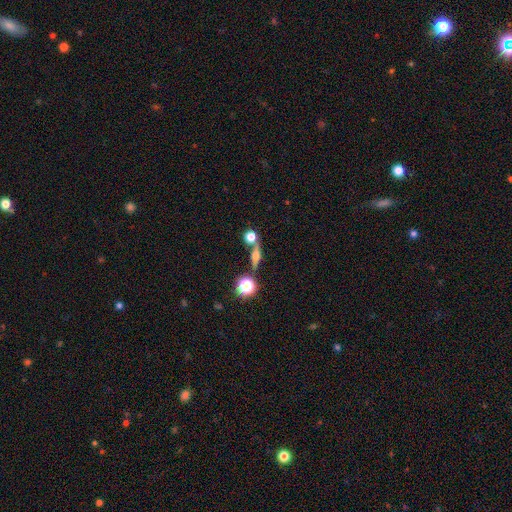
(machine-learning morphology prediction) Smooth or featured? featured or disk (53%)
Edge-on disk? yes (88%)
Merging? none (69%)